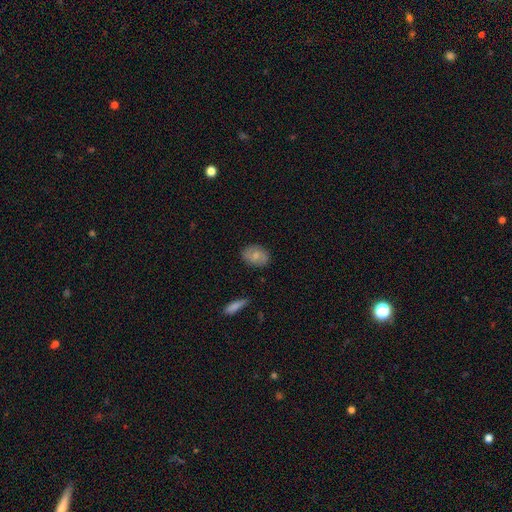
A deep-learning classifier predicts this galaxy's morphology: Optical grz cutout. It shows a smooth galaxy with no disk features (66%) that is in between round and cigar-shaped (73%). Merging: none (83%).